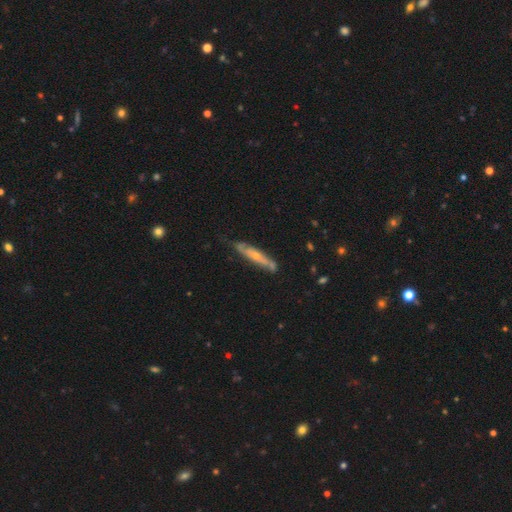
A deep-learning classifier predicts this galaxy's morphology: This is likely a featured or disk galaxy (67%). It is likely viewed edge-on (62%). Merging: likely none (70%).